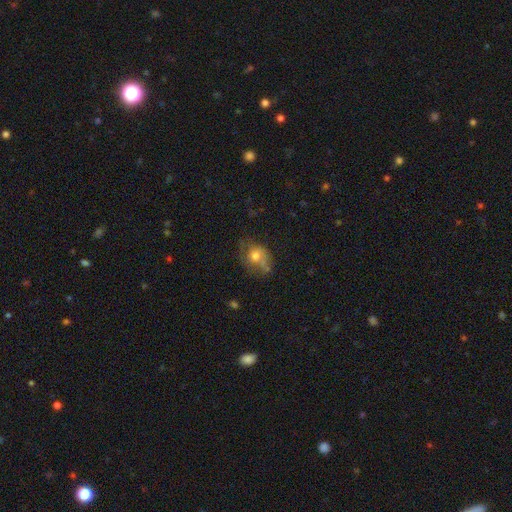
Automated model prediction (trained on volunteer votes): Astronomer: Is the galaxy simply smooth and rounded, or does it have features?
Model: smooth — 64%.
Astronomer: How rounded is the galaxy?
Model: round — 52% (runner-up: in between, 46%).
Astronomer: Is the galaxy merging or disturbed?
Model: none — 43% (runner-up: minor disturbance, 28%).